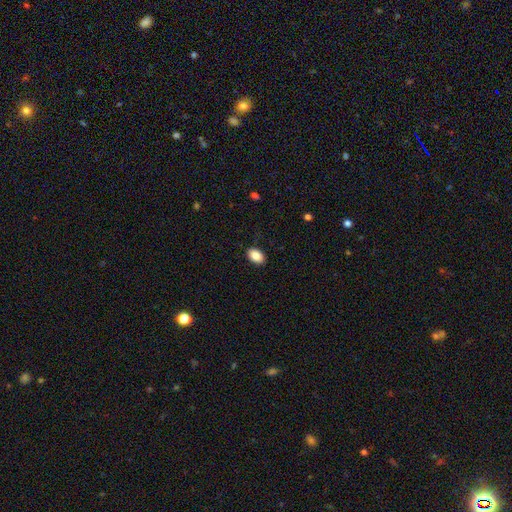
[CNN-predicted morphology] A smooth galaxy with no disk features (87%) that is in between round and cigar-shaped (87%). Merging: none (88%).